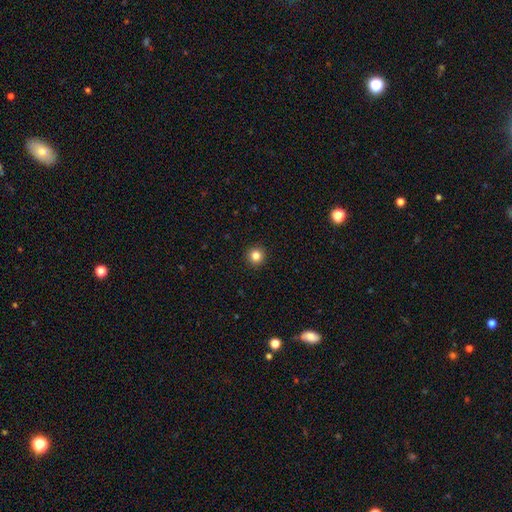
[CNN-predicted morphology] The model was most divided on "smooth or featured": smooth: 83%, star or artifact: 12%, featured or disk: 5%. More confident: how rounded — round (95%); merging — none (93%).